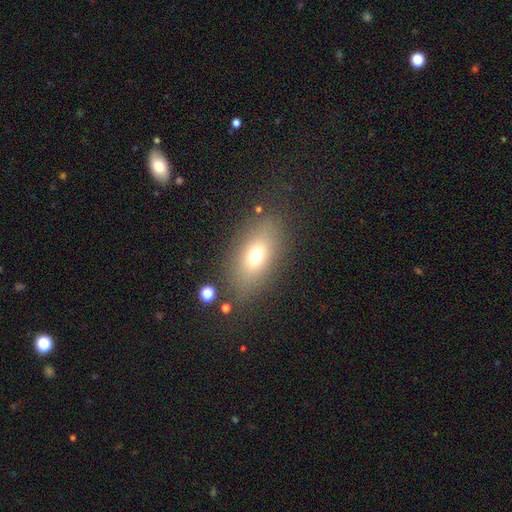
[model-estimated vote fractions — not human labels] Morphology: type=smooth (70%); roundness=in between (81%); merging=none (80%).